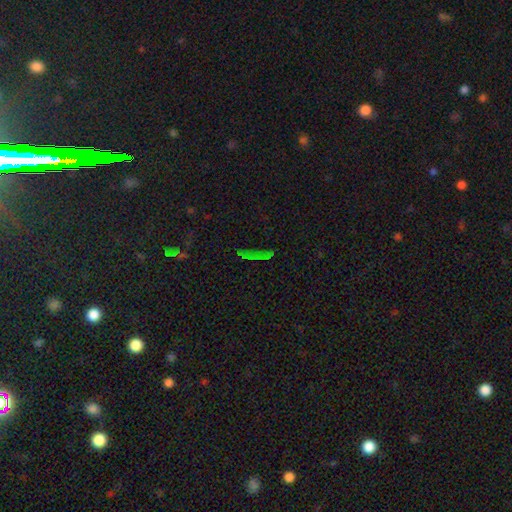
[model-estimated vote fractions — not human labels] Smooth or featured?
  - star or artifact: 65% *
  - smooth: 20%
  - featured or disk: 15%